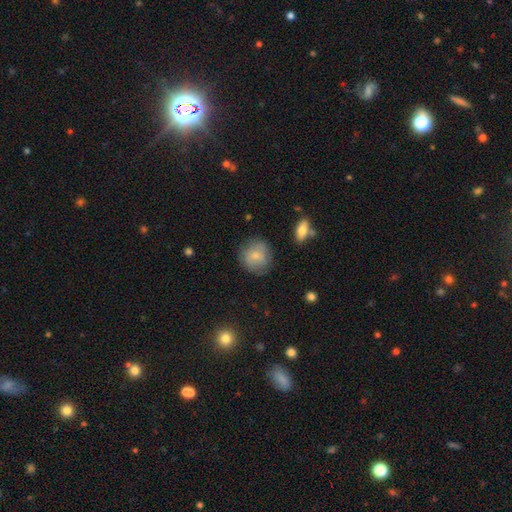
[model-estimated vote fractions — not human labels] smooth-or-featured: smooth: 75% | featured or disk: 17% | star or artifact: 8%
  how-rounded: round: 86% | in between: 13% | cigar-shaped: 1%
  merging: none: 77% | minor disturbance: 16% | major disturbance: 5% | merger: 2%